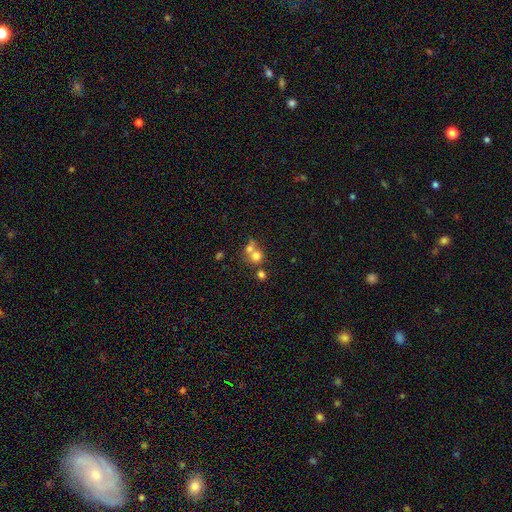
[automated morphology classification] The model was most divided on "merging": merger: 54%, none: 37%, minor disturbance: 6%, major disturbance: 3%. More confident: how rounded — round (84%); smooth or featured — smooth (70%).